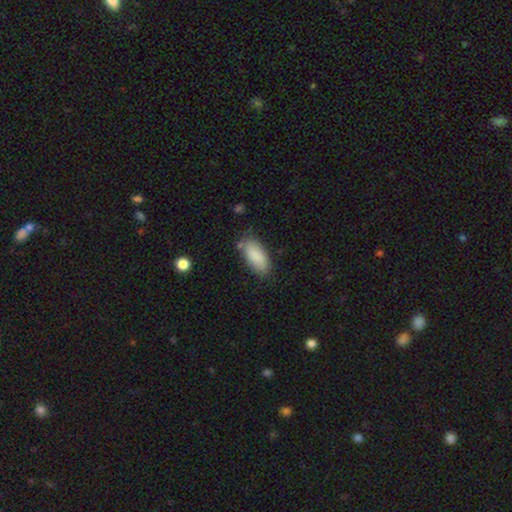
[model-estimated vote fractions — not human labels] smooth 87%, featured or disk 7%, star or artifact 6%. Down the decision tree: how rounded — in between (88%); merging — none (72%).